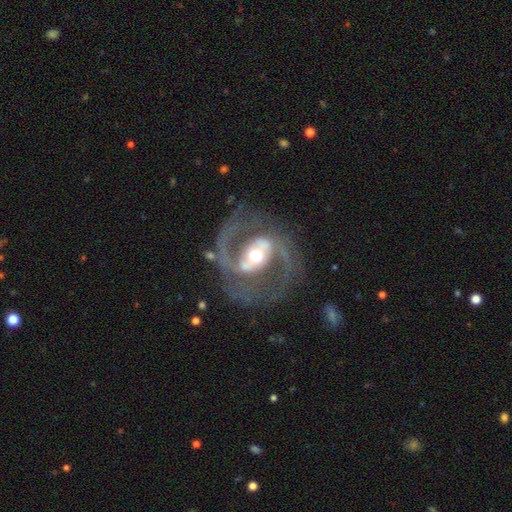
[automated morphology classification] Smooth or featured? Predicted: featured or disk (p=0.89). Edge-on disk? Predicted: no (p=0.97). Bar? Predicted: strong (p=0.47). Spiral arms? Predicted: yes (p=0.94). Spiral winding? Predicted: medium (p=0.58). Spiral arm count? Predicted: 2 (p=0.91). Bulge size? Predicted: moderate (p=0.66). Merging? Predicted: none (p=0.73).